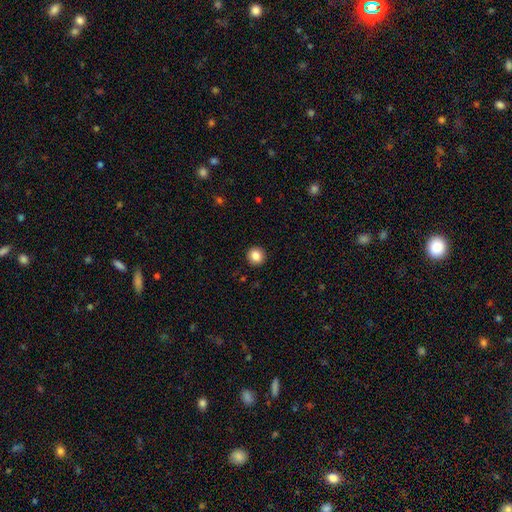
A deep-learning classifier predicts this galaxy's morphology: Smooth or featured?
  - smooth: 85% *
  - star or artifact: 10%
  - featured or disk: 5%
How rounded?
  - round: 94% *
  - in between: 5%
  - cigar-shaped: 1%
Merging?
  - none: 93% *
  - minor disturbance: 4%
  - major disturbance: 2%
  - merger: 1%